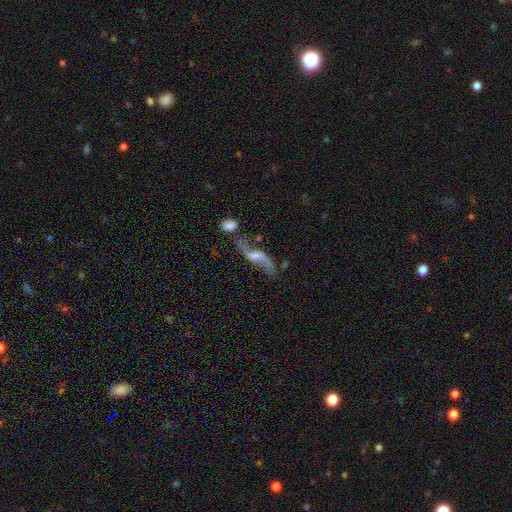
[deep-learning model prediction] A featured or disk galaxy (83%) with a weak bar (43%), 2 (92%) loose (85%) spiral arms (94%) and a small central bulge (42%). Merging: none (60%).